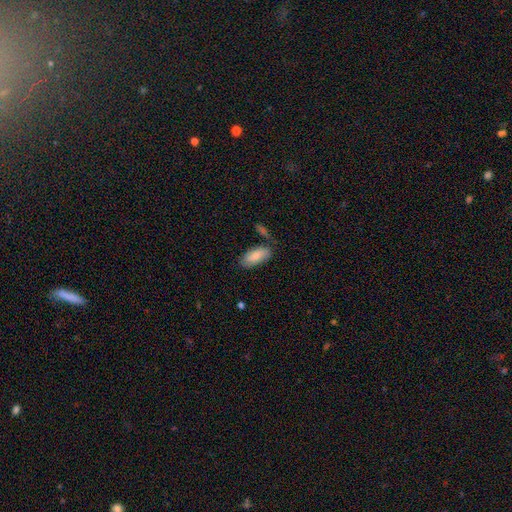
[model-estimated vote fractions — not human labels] smooth 82%, featured or disk 12%, star or artifact 6%. Down the decision tree: how rounded — in between (89%); merging — none (71%).